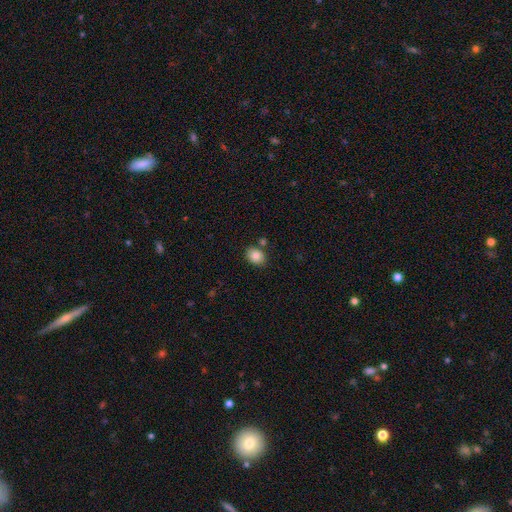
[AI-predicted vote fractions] A smooth galaxy with no disk features (84%) that is in between round and cigar-shaped (62%).

Vote fractions:
- Smooth or featured? smooth: 84% / star or artifact: 9% / featured or disk: 8%
- How rounded? in between: 62% / round: 38% / cigar-shaped: 1%
- Merging? none: 78% / minor disturbance: 11% / merger: 8% / major disturbance: 3%